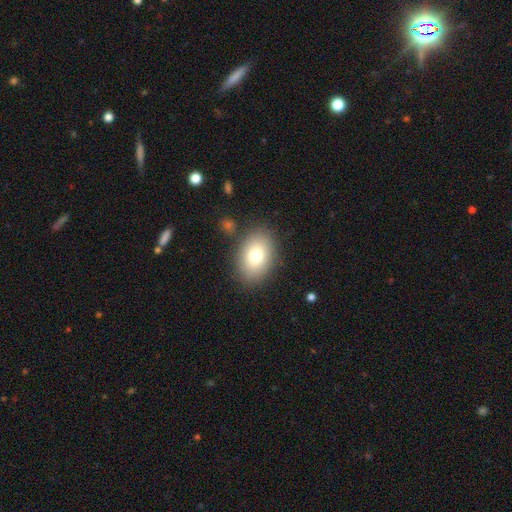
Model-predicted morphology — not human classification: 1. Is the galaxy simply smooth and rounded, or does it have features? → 77% smooth, 14% featured or disk, 10% star or artifact.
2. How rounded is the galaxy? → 80% in between, 19% round, 1% cigar-shaped.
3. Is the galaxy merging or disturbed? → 84% none, 10% minor disturbance, 3% major disturbance, 3% merger.